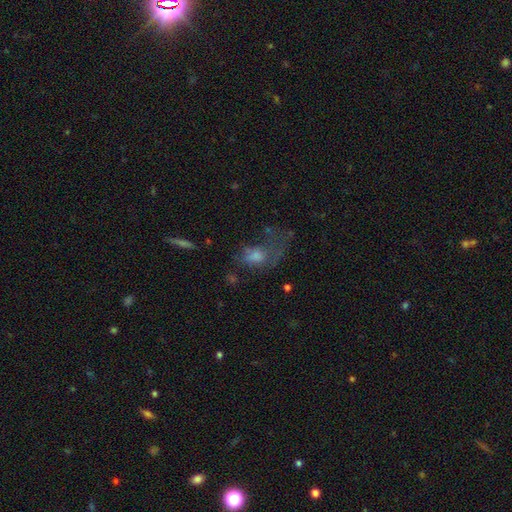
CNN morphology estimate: smooth_or_featured: smooth (p=0.47) [alt: featured or disk p=0.35]
merging: major disturbance (p=0.48) [alt: none p=0.28]